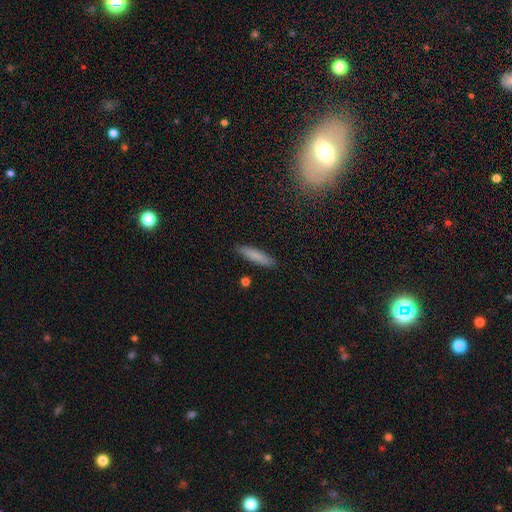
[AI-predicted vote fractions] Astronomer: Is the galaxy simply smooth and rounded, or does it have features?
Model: smooth — 82%.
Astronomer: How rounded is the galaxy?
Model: cigar-shaped — 76%.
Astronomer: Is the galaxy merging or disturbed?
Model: none — 87%.